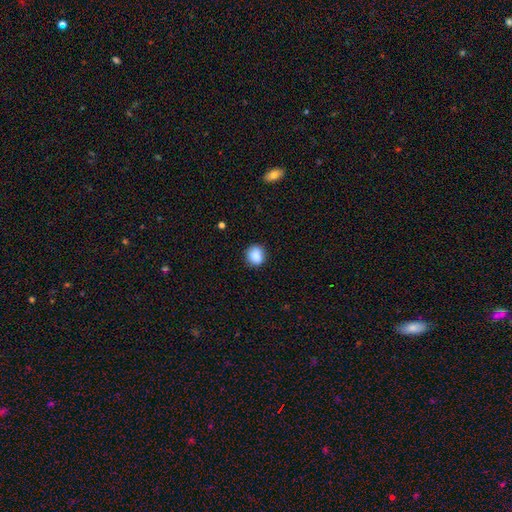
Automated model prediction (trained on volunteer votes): smooth 88%, star or artifact 8%, featured or disk 3%. Down the decision tree: how rounded — round (80%); merging — none (86%).